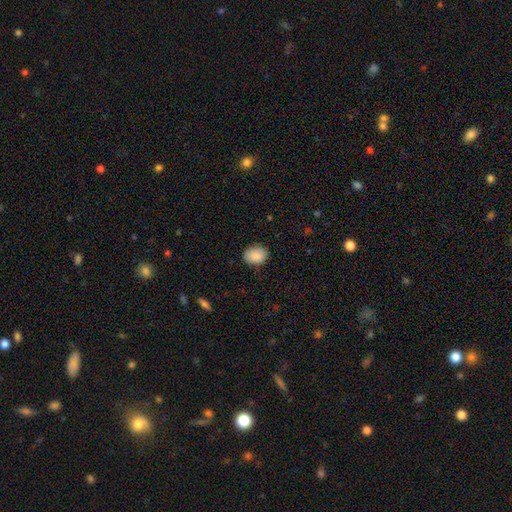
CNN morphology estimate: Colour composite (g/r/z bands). It shows a smooth galaxy with no disk features (88%) that is in between round and cigar-shaped (64%). Merging: none (83%).